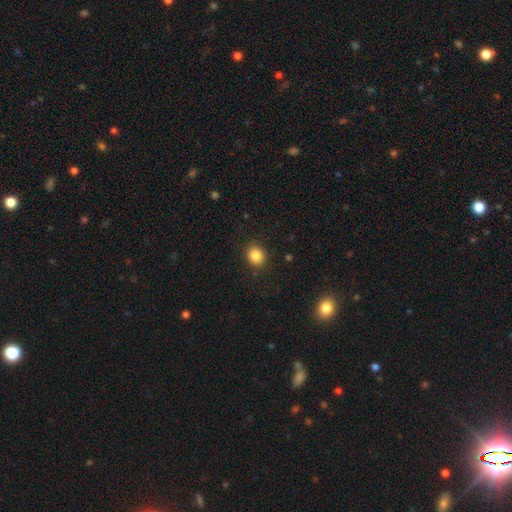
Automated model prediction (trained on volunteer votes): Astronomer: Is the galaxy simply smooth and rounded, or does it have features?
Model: smooth — 86%.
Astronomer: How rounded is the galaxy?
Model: round — 71%.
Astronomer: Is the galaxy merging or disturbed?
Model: none — 89%.